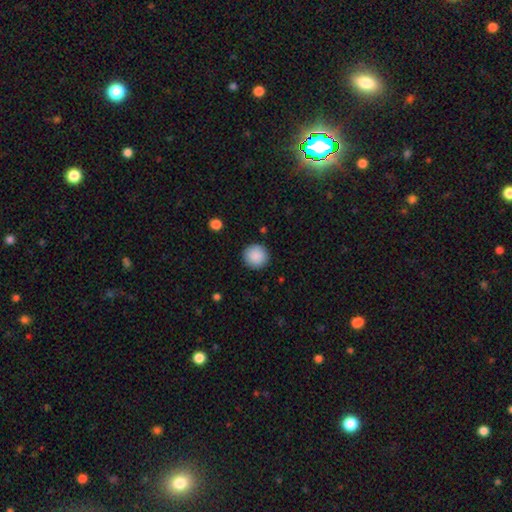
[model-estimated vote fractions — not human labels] A smooth galaxy with no disk features (89%) that is round (95%).

Vote fractions:
- Smooth or featured? smooth: 89% / star or artifact: 7% / featured or disk: 3%
- How rounded? round: 95% / in between: 4% / cigar-shaped: 1%
- Merging? none: 91% / minor disturbance: 6% / major disturbance: 2% / merger: 1%